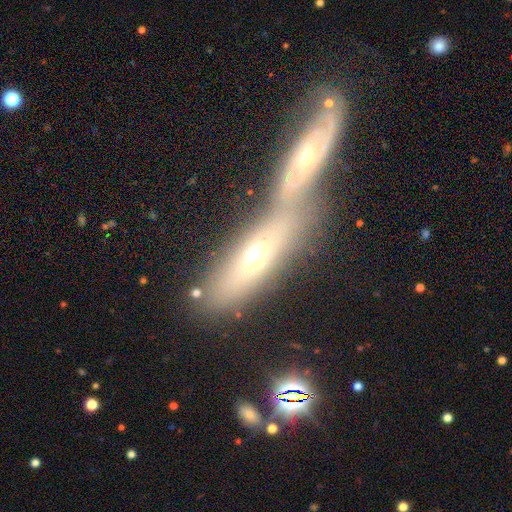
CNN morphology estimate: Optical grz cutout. It shows a featured or disk galaxy (46%). Merging: merger (47%).